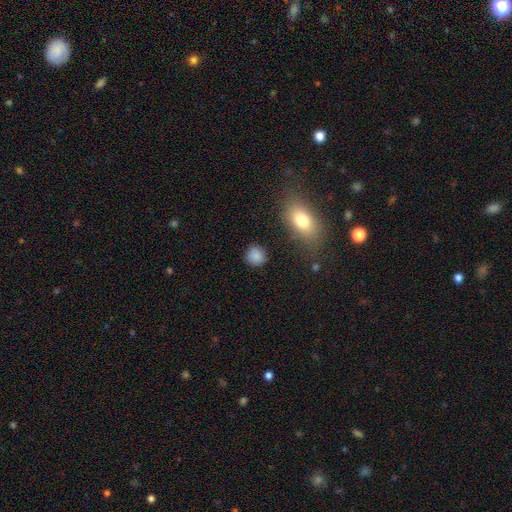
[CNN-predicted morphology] This is clearly a smooth galaxy (86%). How rounded: clearly round (83%). Merging: clearly none (85%).